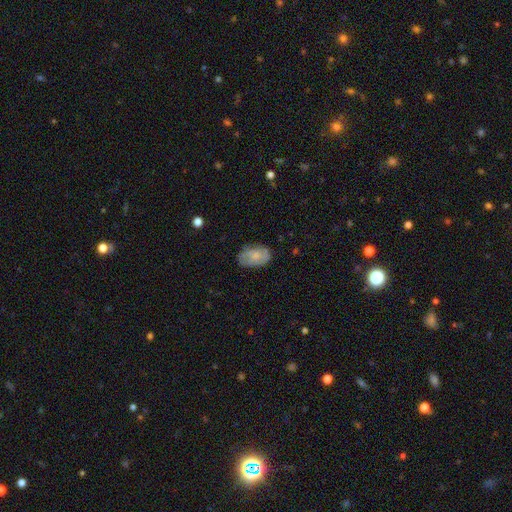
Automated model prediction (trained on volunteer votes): Smooth or featured? smooth (64%)
How rounded? in between (89%)
Merging? none (71%)